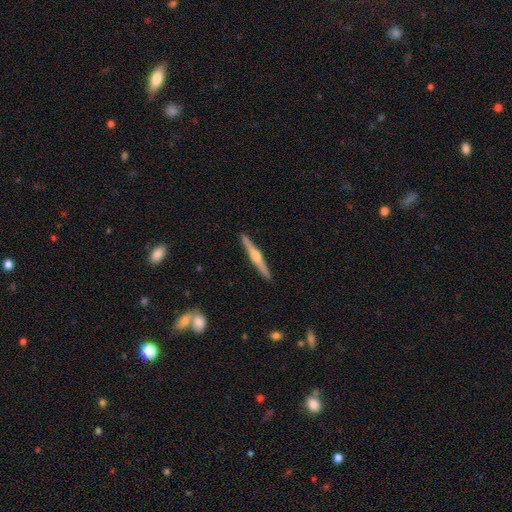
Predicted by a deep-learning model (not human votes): This appears to be a featured or disk galaxy (75%) viewed edge-on (98%) with a rounded central bulge (92%). Merging: none (92%).